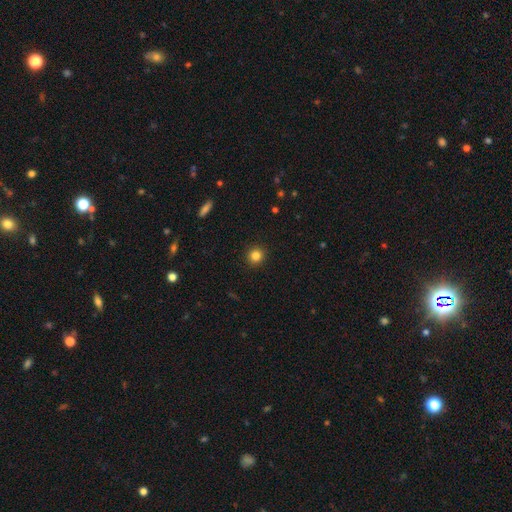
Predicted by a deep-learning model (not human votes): The model was most divided on "smooth or featured": smooth: 83%, star or artifact: 12%, featured or disk: 5%. More confident: how rounded — round (94%); merging — none (93%).